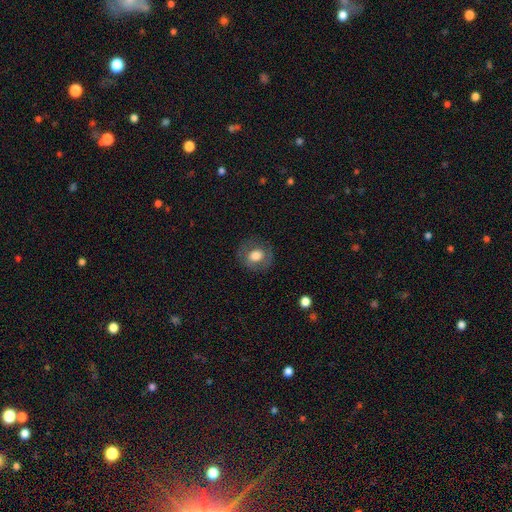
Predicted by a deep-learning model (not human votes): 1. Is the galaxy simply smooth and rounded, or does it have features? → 70% smooth, 22% featured or disk, 9% star or artifact.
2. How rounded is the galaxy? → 71% round, 28% in between, 1% cigar-shaped.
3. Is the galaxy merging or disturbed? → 80% none, 13% minor disturbance, 6% major disturbance, 1% merger.